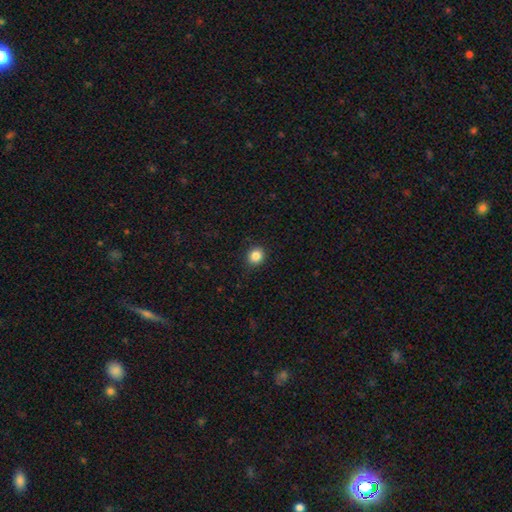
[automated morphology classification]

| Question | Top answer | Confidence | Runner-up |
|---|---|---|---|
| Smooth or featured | smooth | 85% | star or artifact (11%) |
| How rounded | round | 78% | in between (21%) |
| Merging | none | 90% | minor disturbance (7%) |